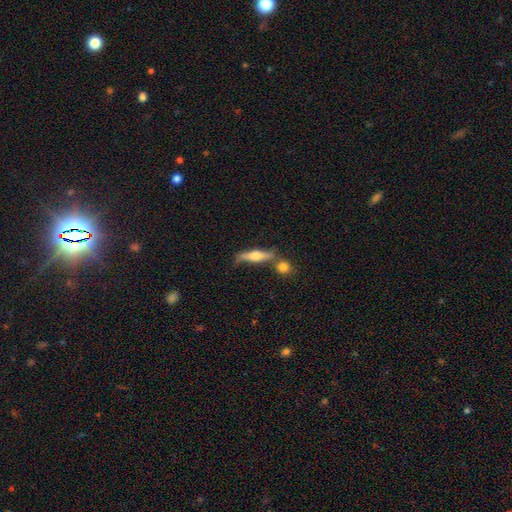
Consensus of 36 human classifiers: This is possibly a featured or disk galaxy (53%). It is clearly viewed edge-on (100%). Edge-on bulge: clearly rounded (95%). Merging: likely none (69%).